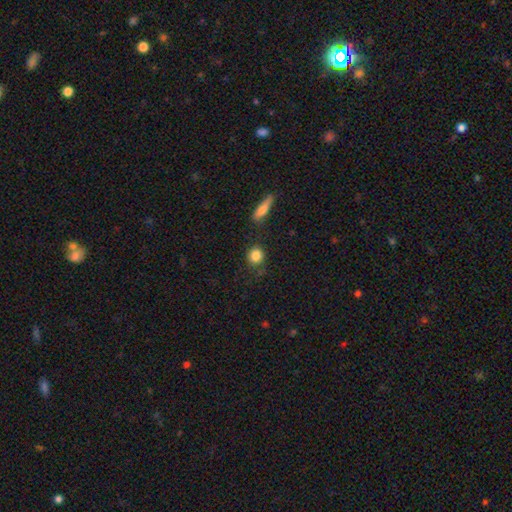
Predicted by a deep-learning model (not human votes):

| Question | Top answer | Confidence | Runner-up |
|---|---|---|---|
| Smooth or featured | smooth | 85% | star or artifact (9%) |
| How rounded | round | 85% | in between (13%) |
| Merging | none | 77% | minor disturbance (13%) |